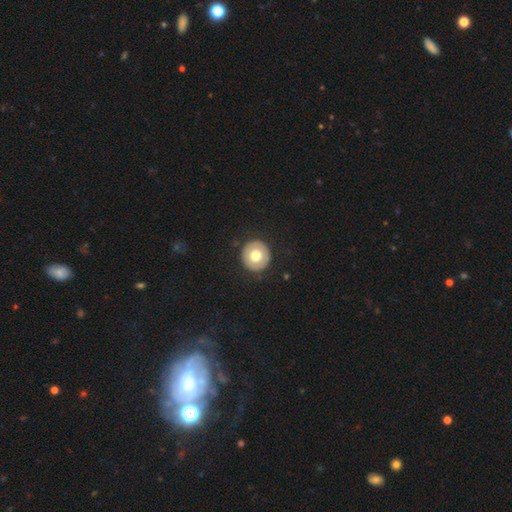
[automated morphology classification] Smooth or featured: smooth — 69% (featured or disk — 24%)
How rounded: round — 93% (in between — 6%)
Merging: none — 90% (minor disturbance — 7%)